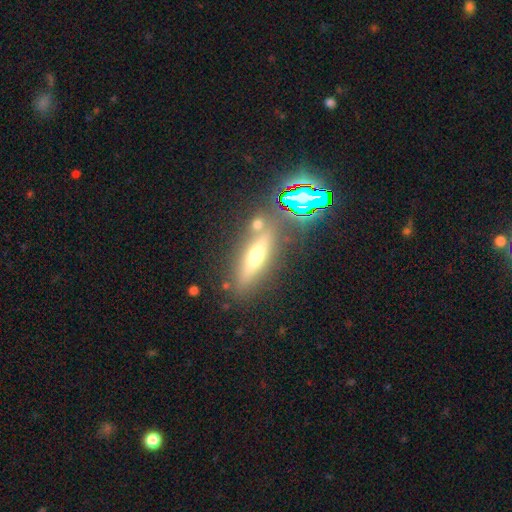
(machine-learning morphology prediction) type=featured or disk (42%); merging=none (75%).